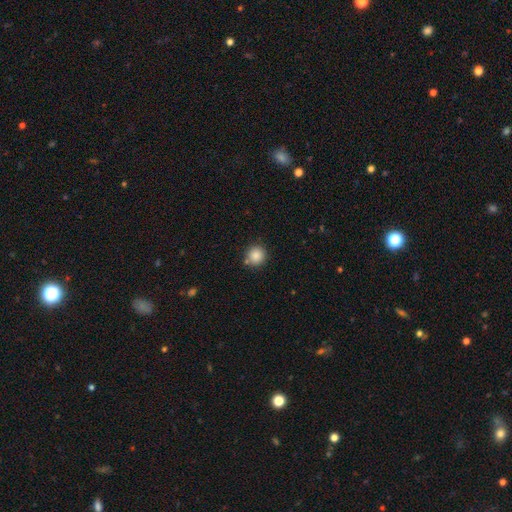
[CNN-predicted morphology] Q: Smooth or featured?
A: smooth (86%); runner-up: star or artifact (9%)
Q: How rounded?
A: round (91%); runner-up: in between (8%)
Q: Merging?
A: none (82%); runner-up: minor disturbance (10%)